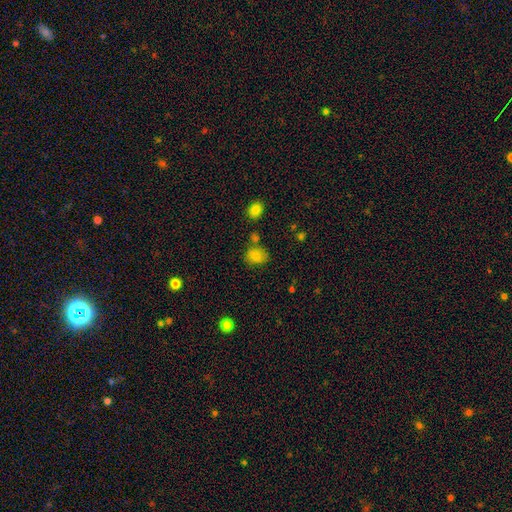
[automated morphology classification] smooth-or-featured: smooth: 81% | star or artifact: 12% | featured or disk: 7%
  how-rounded: in between: 50% | round: 49% | cigar-shaped: 1%
  merging: none: 66% | minor disturbance: 17% | merger: 12% | major disturbance: 5%